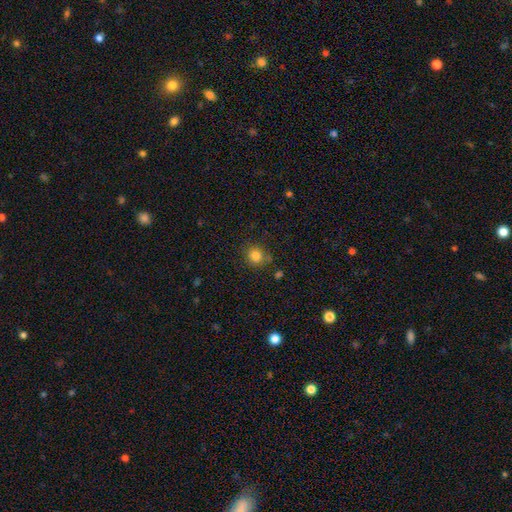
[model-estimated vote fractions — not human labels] Q: Smooth or featured?
A: smooth (83%); runner-up: star or artifact (12%)
Q: How rounded?
A: round (83%); runner-up: in between (16%)
Q: Merging?
A: none (77%); runner-up: minor disturbance (14%)